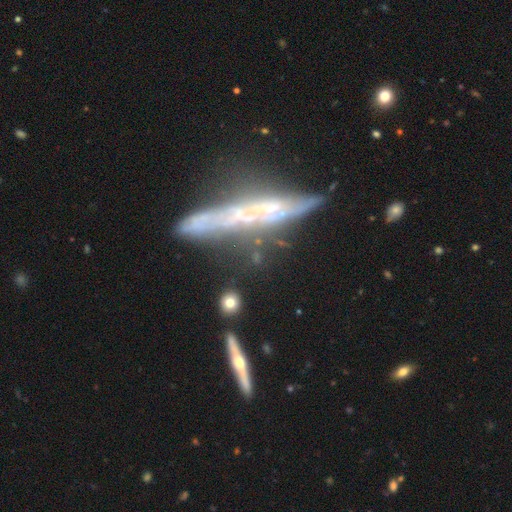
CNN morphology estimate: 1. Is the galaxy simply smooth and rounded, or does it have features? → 72% featured or disk, 18% smooth, 10% star or artifact.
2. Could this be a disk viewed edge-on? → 86% yes, 14% no.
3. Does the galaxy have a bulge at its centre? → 65% none, 22% rounded, 13% boxy.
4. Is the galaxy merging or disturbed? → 50% none, 22% minor disturbance, 15% major disturbance, 13% merger.